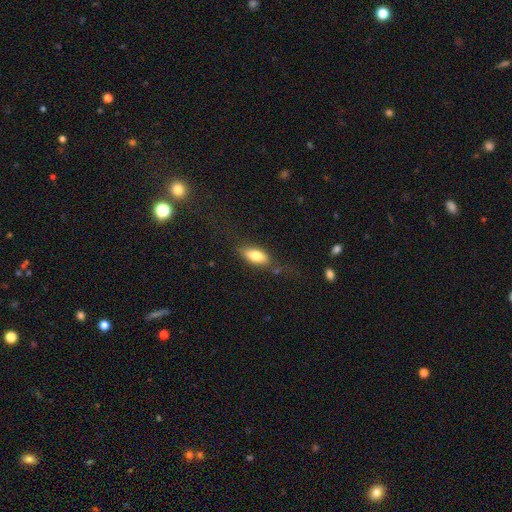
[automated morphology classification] This is likely a smooth galaxy (76%). How rounded: clearly in between (82%). Merging: likely none (68%).